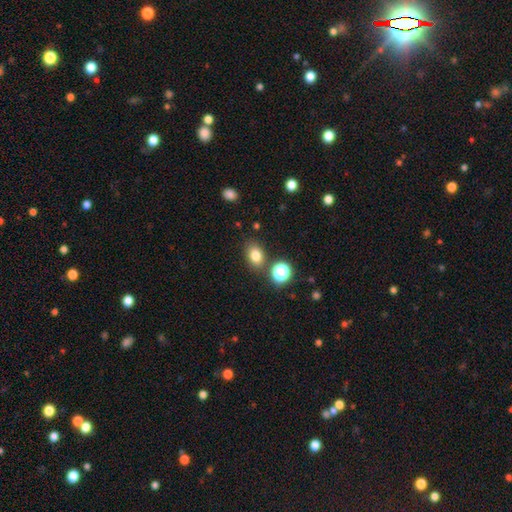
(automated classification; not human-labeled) This appears to be a smooth galaxy with no disk features (79%) that is in between round and cigar-shaped (69%). Merging: none (77%).